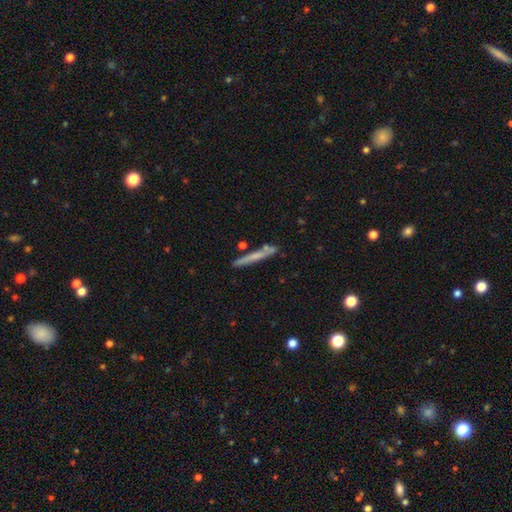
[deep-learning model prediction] This is possibly a smooth galaxy (55%). How rounded: clearly cigar-shaped (95%). Merging: likely none (80%).